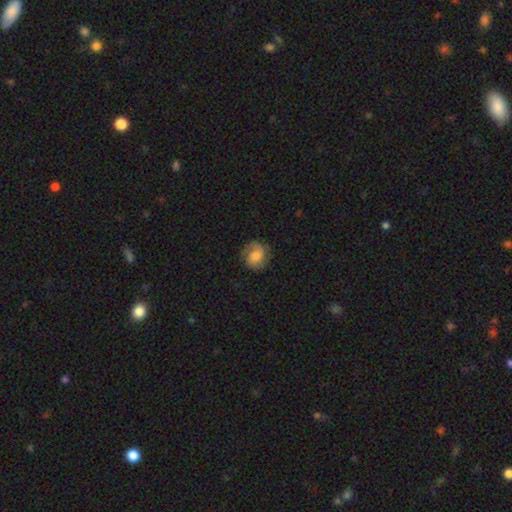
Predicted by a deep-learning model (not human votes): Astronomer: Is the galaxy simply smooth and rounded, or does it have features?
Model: smooth — 47% (runner-up: featured or disk, 45%).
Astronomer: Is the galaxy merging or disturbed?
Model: none — 72%.